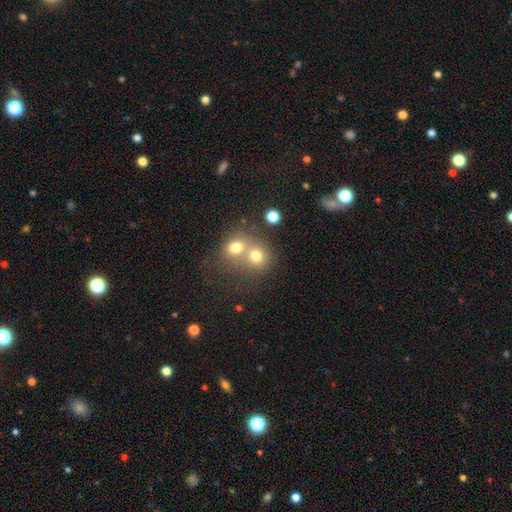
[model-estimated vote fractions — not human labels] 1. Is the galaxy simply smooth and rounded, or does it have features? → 72% smooth, 14% star or artifact, 14% featured or disk.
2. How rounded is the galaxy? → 76% round, 23% in between, 1% cigar-shaped.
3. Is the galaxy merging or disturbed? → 56% merger, 34% none, 6% minor disturbance, 4% major disturbance.